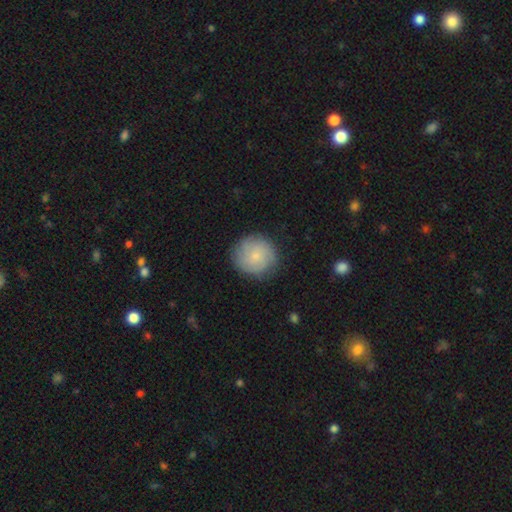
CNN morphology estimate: Q: Smooth or featured?
A: smooth (59%); runner-up: featured or disk (34%)
Q: How rounded?
A: round (91%); runner-up: in between (8%)
Q: Merging?
A: none (82%); runner-up: minor disturbance (13%)